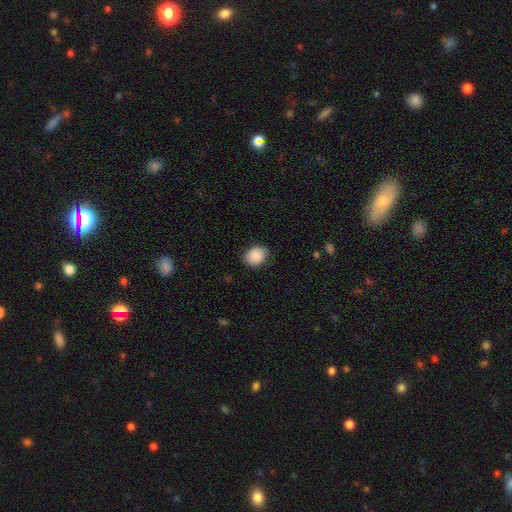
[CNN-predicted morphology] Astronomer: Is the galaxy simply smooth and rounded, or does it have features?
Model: smooth — 88%.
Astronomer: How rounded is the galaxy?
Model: round — 50%, tied with in between at 50%.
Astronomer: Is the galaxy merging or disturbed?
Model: none — 79%.